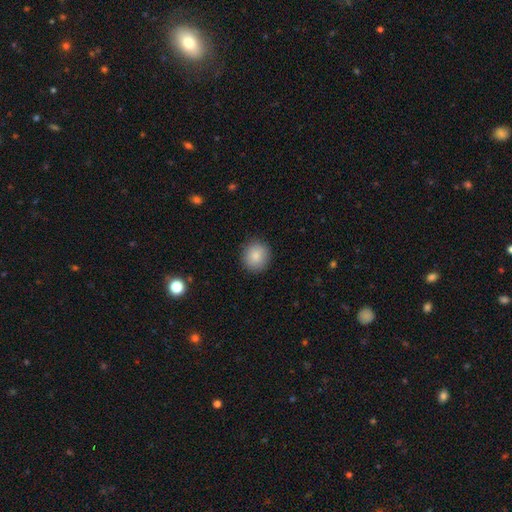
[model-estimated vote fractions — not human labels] Smooth or featured? Predicted: smooth (p=0.86). How rounded? Predicted: round (p=0.90). Merging? Predicted: none (p=0.90).